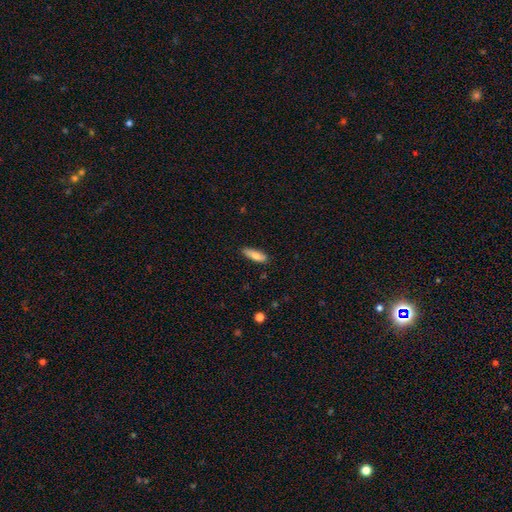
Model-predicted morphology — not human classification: This appears to be a smooth galaxy with no disk features (81%) that is in between round and cigar-shaped (49%, tied with cigar-shaped). Merging: none (85%).